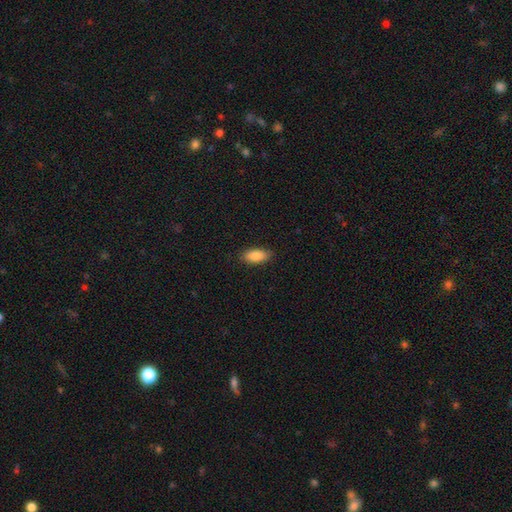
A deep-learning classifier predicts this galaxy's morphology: A smooth galaxy with no disk features (88%) that is in between round and cigar-shaped (87%).

Vote fractions:
- Smooth or featured? smooth: 88% / star or artifact: 6% / featured or disk: 5%
- How rounded? in between: 87% / cigar-shaped: 11% / round: 2%
- Merging? none: 88% / minor disturbance: 9% / major disturbance: 2% / merger: 1%